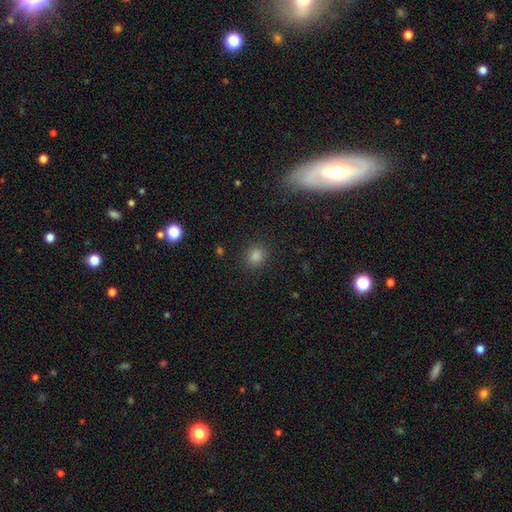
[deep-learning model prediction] The model was most divided on "how rounded": round: 79%, in between: 19%, cigar-shaped: 1%. More confident: merging — none (89%); smooth or featured — smooth (80%).